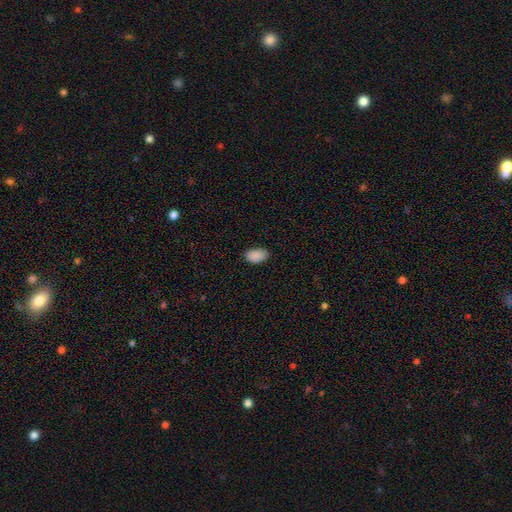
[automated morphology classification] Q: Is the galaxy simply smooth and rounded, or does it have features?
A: smooth — 90%.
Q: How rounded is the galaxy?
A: in between — 92%.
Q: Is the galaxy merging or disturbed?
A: none — 84%.